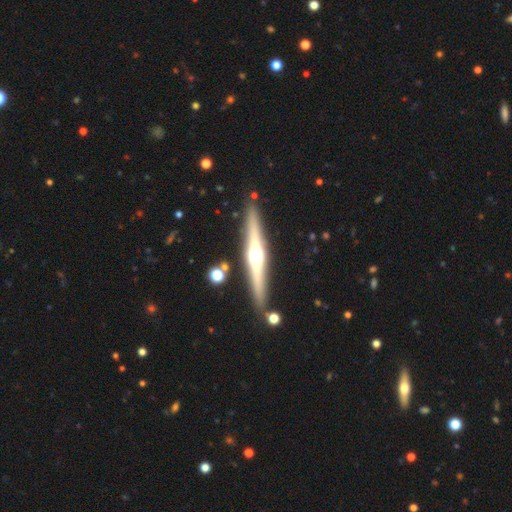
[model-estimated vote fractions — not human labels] featured or disk 73%, smooth 21%, star or artifact 6%. Down the decision tree: edge-on disk — yes (97%); edge-on bulge — rounded (91%); merging — none (87%).